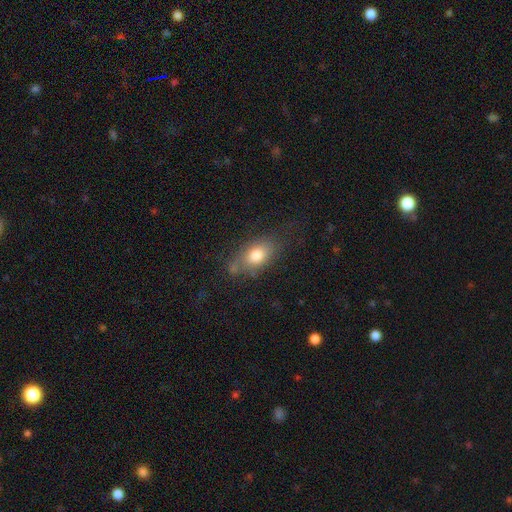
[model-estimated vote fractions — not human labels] This appears to be a smooth galaxy with no disk features (74%) that is in between round and cigar-shaped (84%). Merging: none (62%).